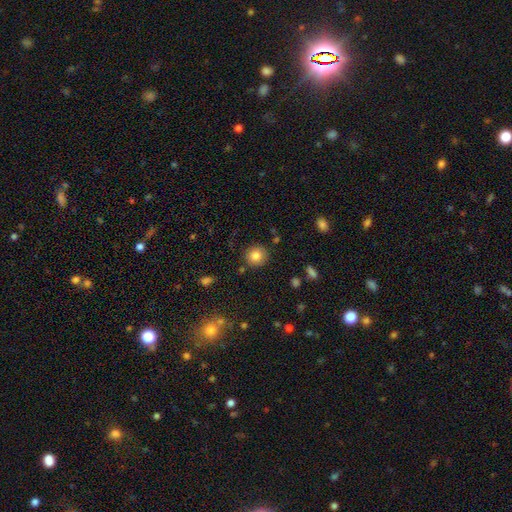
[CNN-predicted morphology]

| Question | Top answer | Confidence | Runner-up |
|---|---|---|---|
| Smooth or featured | smooth | 82% | star or artifact (10%) |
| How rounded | round | 89% | in between (11%) |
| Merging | none | 87% | minor disturbance (8%) |